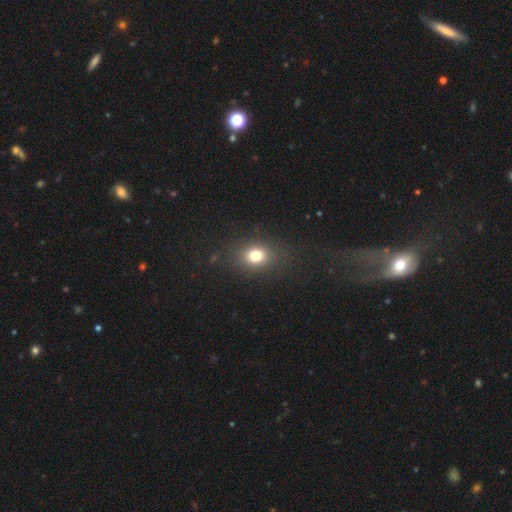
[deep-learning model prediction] This is likely a smooth galaxy (78%). How rounded: possibly round (50%). Merging: clearly none (84%).